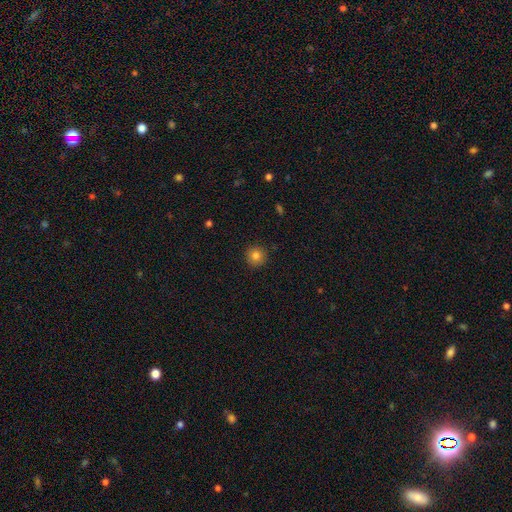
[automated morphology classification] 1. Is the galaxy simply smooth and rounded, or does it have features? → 82% smooth, 11% star or artifact, 7% featured or disk.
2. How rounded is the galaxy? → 95% round, 4% in between, 1% cigar-shaped.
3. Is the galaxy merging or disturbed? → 91% none, 6% minor disturbance, 2% major disturbance, 1% merger.